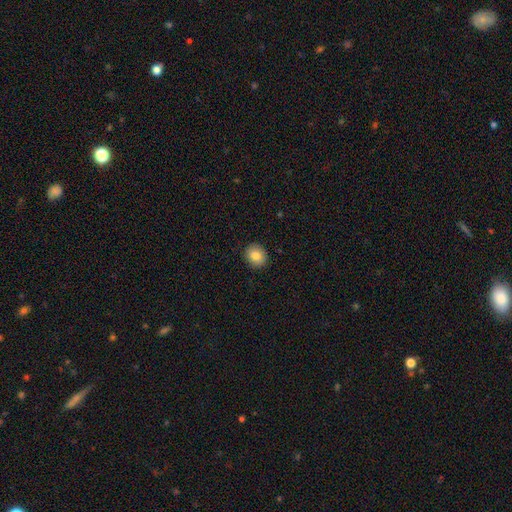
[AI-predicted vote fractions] This appears to be a smooth galaxy with no disk features (84%) that is round (78%). Merging: none (92%).